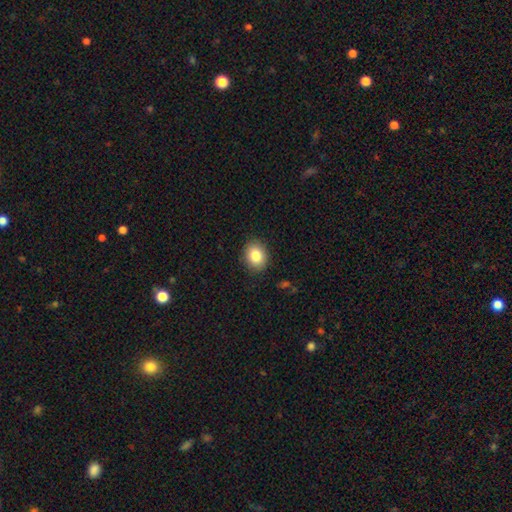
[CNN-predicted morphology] smooth-or-featured: smooth: 84% | star or artifact: 9% | featured or disk: 7%
  how-rounded: in between: 53% | round: 46% | cigar-shaped: 1%
  merging: none: 88% | minor disturbance: 8% | major disturbance: 2% | merger: 1%